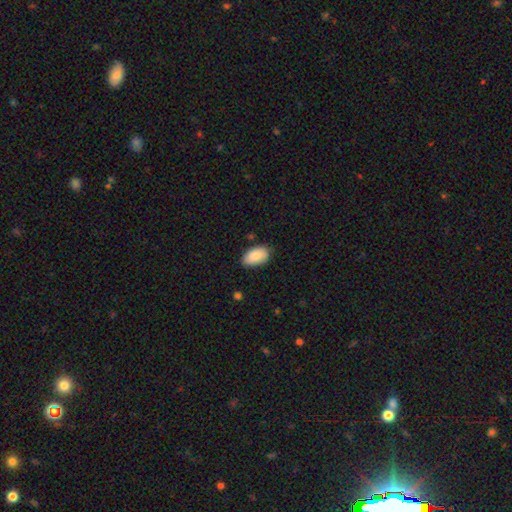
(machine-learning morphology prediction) smooth-or-featured: smooth: 87% | star or artifact: 6% | featured or disk: 6%
  how-rounded: in between: 94% | round: 5% | cigar-shaped: 1%
  merging: none: 75% | minor disturbance: 20% | major disturbance: 3% | merger: 1%